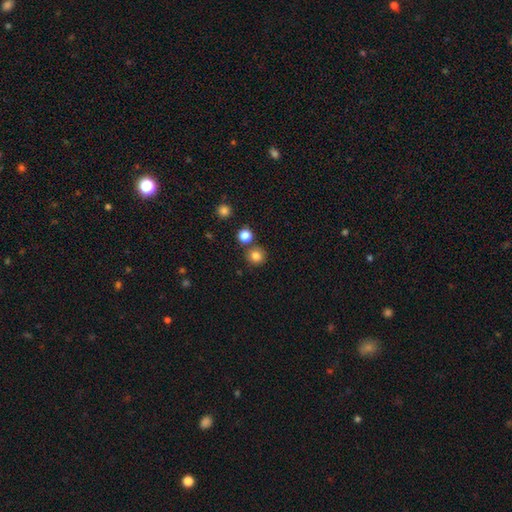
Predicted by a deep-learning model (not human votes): smooth_or_featured: smooth (p=0.82) [alt: star or artifact p=0.13]
how_rounded: round (p=0.91) [alt: in between p=0.08]
merging: none (p=0.79) [alt: merger p=0.11]